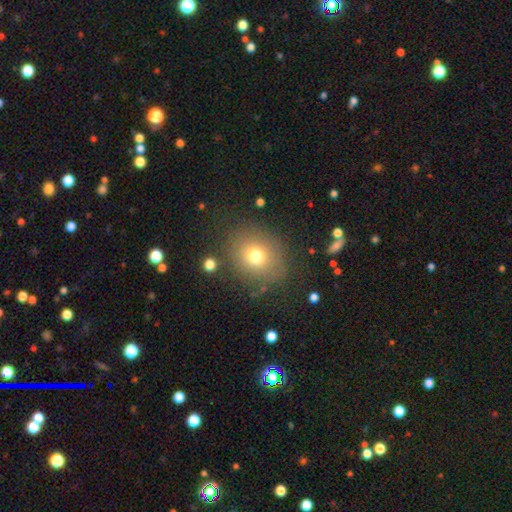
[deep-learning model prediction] Smooth or featured?
  - smooth: 72% *
  - star or artifact: 14%
  - featured or disk: 13%
How rounded?
  - round: 67% *
  - in between: 32%
  - cigar-shaped: 1%
Merging?
  - none: 79% *
  - minor disturbance: 12%
  - major disturbance: 6%
  - merger: 3%